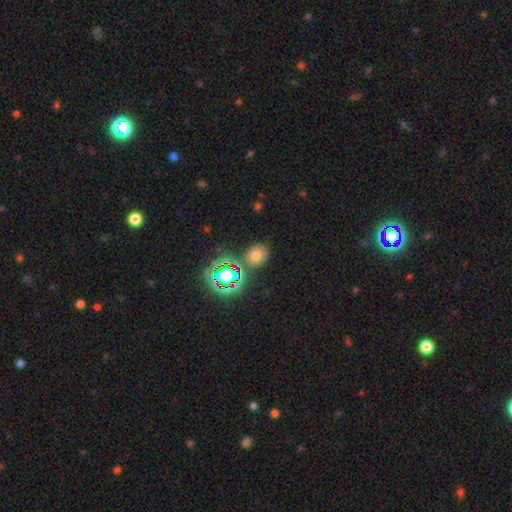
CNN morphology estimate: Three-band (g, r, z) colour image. It shows a smooth galaxy with no disk features (60%) that is in between round and cigar-shaped (53%). Merging: none (77%).